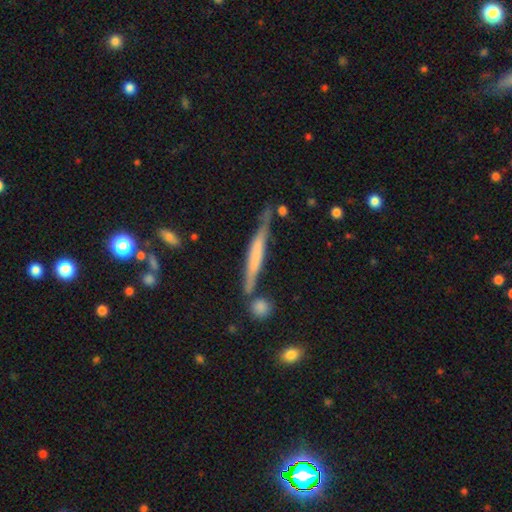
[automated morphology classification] A featured or disk galaxy (49%). Merging: none (66%).